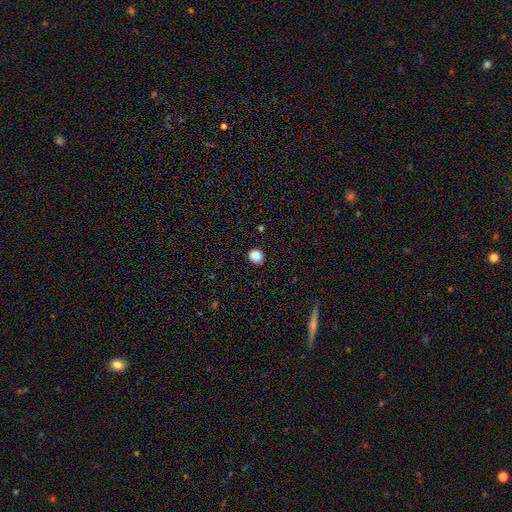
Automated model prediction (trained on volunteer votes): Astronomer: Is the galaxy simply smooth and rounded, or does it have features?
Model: smooth — 87%.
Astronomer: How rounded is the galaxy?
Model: round — 60% (runner-up: in between, 39%).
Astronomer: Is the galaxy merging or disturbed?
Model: none — 87%.